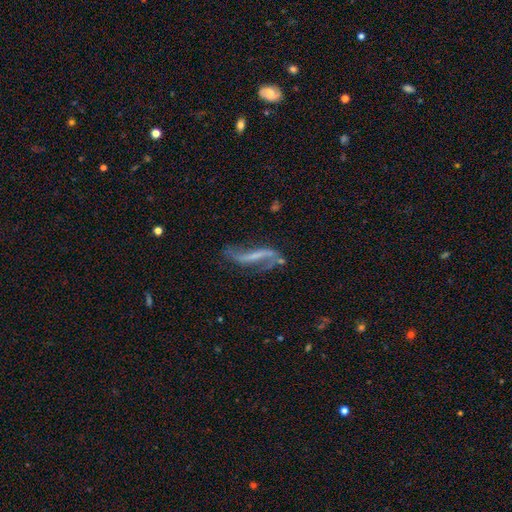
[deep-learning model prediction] Q: Smooth or featured?
A: featured or disk (75%); runner-up: smooth (16%)
Q: Edge-on disk?
A: no (80%); runner-up: yes (20%)
Q: Bar?
A: strong (48%); runner-up: weak (28%)
Q: Spiral arms?
A: yes (82%); runner-up: no (18%)
Q: Bulge size?
A: none (53%); runner-up: small (33%)
Q: Merging?
A: none (47%); runner-up: minor disturbance (23%)